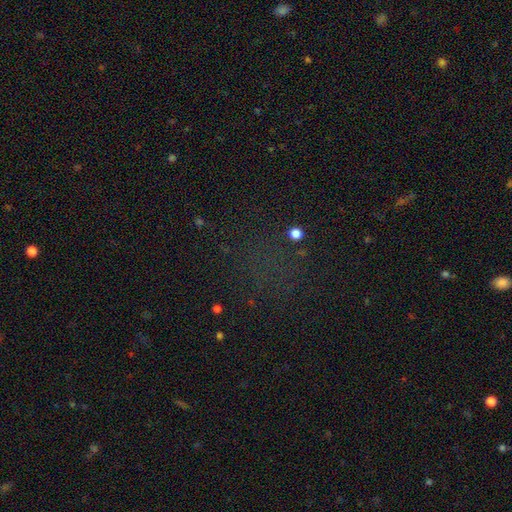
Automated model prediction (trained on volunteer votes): This appears to be a star or artifact, not a galaxy (60%).